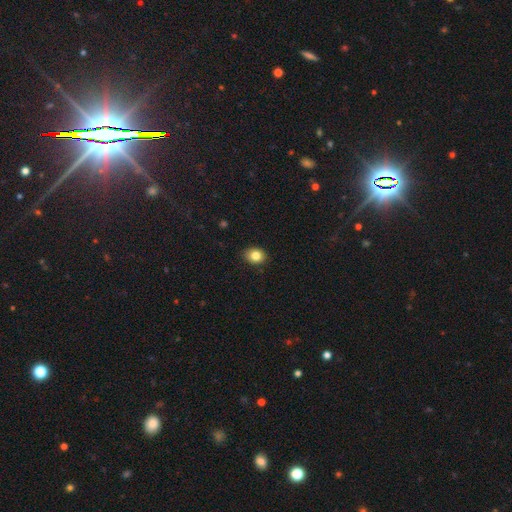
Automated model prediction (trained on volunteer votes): Overall: smooth (82%). How rounded: round (51%; in between 48%). Merging: none (86%).